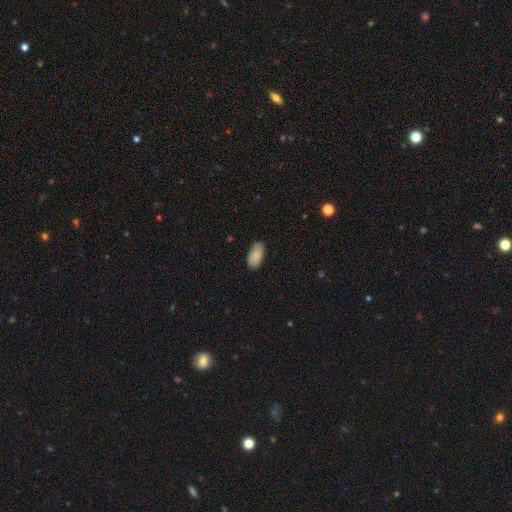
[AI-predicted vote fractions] Smooth or featured: smooth — 86% (featured or disk — 8%)
How rounded: in between — 94% (cigar-shaped — 3%)
Merging: none — 80% (minor disturbance — 16%)